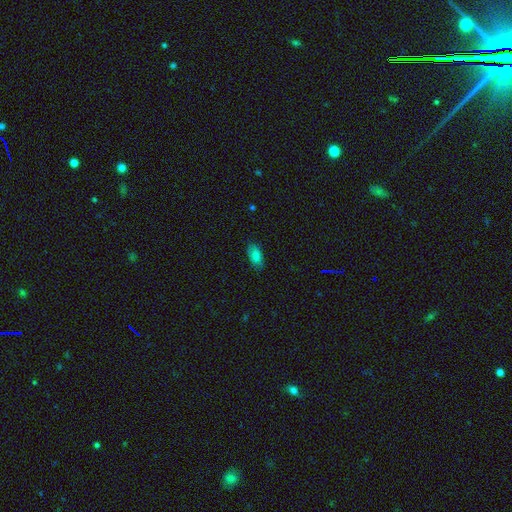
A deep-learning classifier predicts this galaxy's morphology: Smooth or featured? Predicted: smooth (p=0.80). How rounded? Predicted: in between (p=0.92). Merging? Predicted: none (p=0.80).